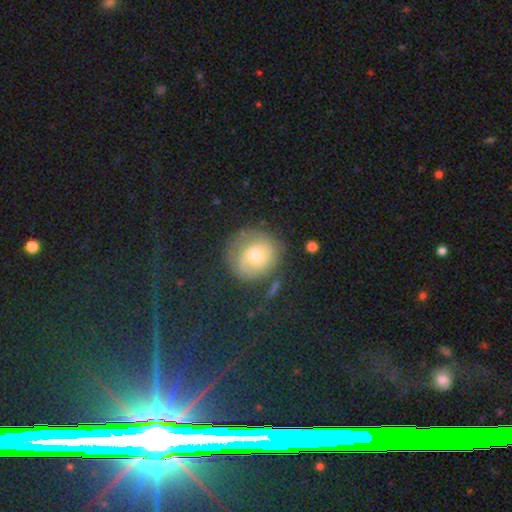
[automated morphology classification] smooth 42% (tied), featured or disk 42% (tied), star or artifact 15%. Down the decision tree: merging — none (66%).